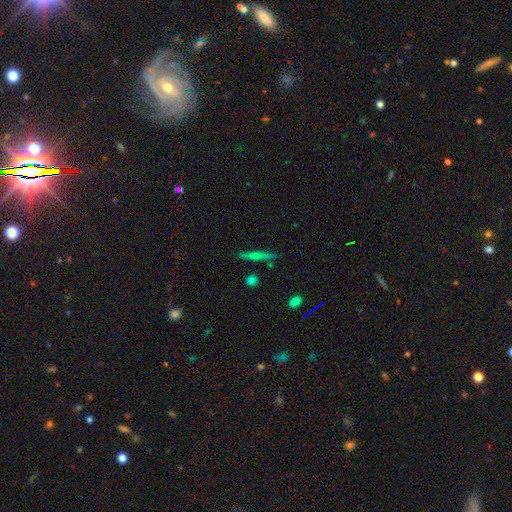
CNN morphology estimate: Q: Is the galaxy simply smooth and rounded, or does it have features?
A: featured or disk — 56%.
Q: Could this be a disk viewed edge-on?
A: yes — 96%.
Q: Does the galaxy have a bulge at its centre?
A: rounded — 60%.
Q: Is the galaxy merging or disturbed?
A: none — 87%.